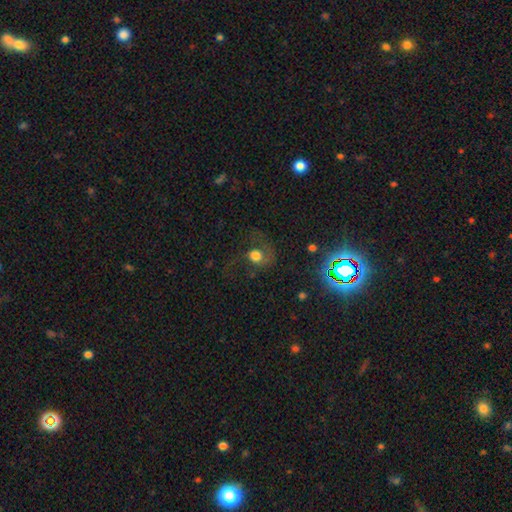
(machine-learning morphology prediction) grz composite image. It shows a smooth galaxy with no disk features (47%). Merging: major disturbance (40%).